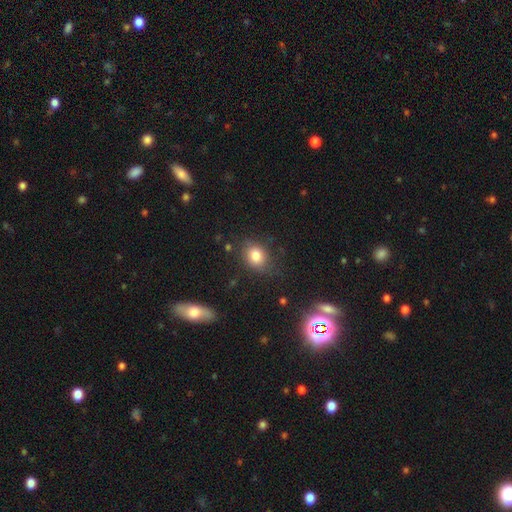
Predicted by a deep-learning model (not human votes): Overall: smooth (81%). How rounded: round (54%; in between 44%). Merging: none (74%).